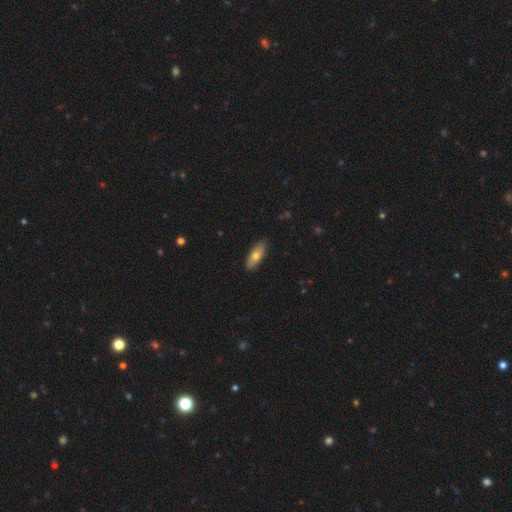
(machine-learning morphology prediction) smooth 70%, featured or disk 24%, star or artifact 6%. Down the decision tree: how rounded — in between (71%); merging — none (88%).